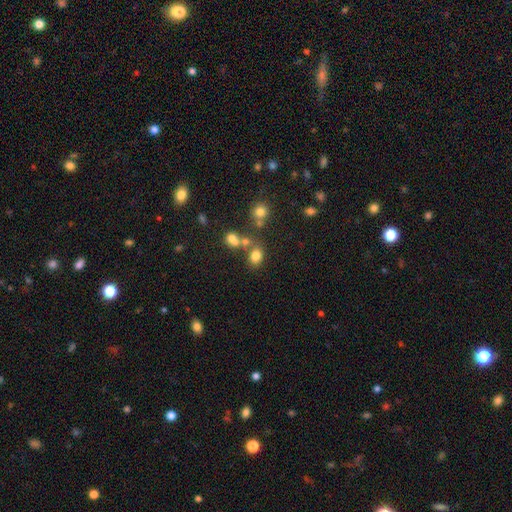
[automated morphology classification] This appears to be a smooth galaxy with no disk features (77%) that is in between round and cigar-shaped (52%). Merging: none (61%).